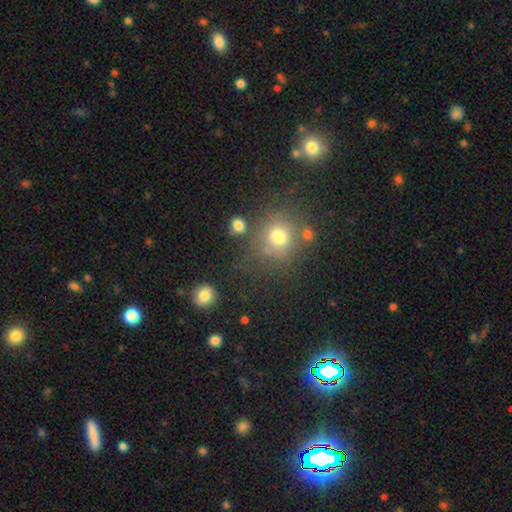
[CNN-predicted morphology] Smooth or featured?
  - smooth: 55% *
  - star or artifact: 36%
  - featured or disk: 9%
How rounded?
  - round: 87% *
  - in between: 12%
  - cigar-shaped: 1%
Merging?
  - none: 78% *
  - minor disturbance: 9%
  - merger: 9%
  - major disturbance: 4%